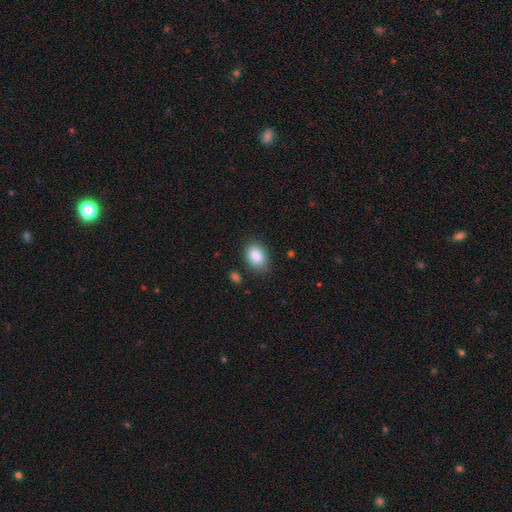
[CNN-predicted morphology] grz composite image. It shows a smooth galaxy with no disk features (86%) that is in between round and cigar-shaped (80%). Merging: none (81%).